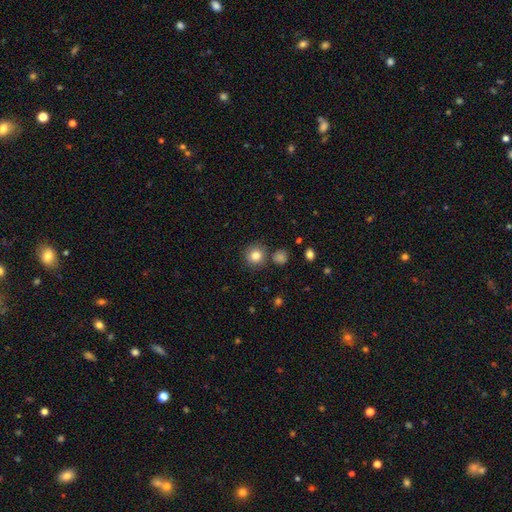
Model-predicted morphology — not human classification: smooth 83%, star or artifact 10%, featured or disk 6%. Down the decision tree: how rounded — round (91%); merging — none (82%).